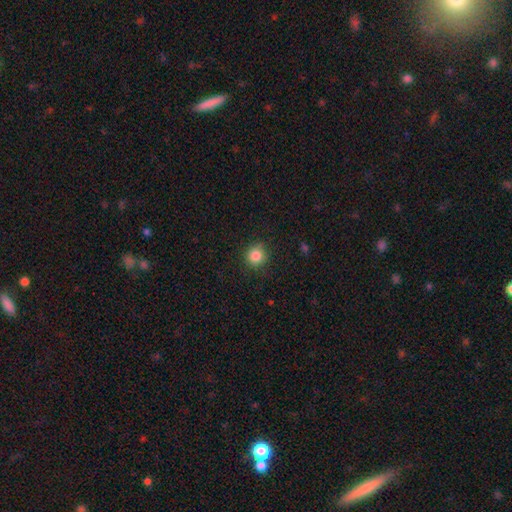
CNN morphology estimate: Smooth or featured: smooth — 85% (star or artifact — 11%)
How rounded: round — 91% (in between — 8%)
Merging: none — 88% (minor disturbance — 9%)